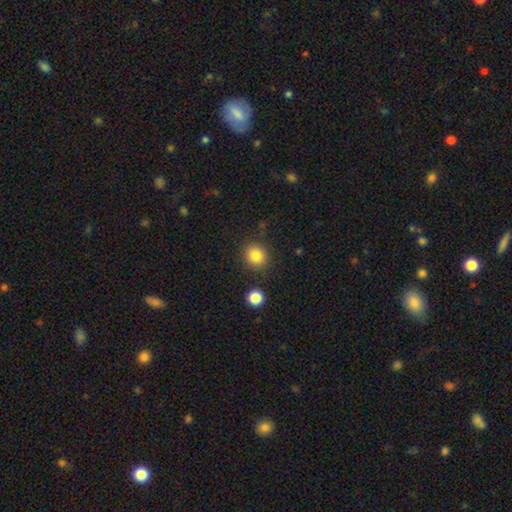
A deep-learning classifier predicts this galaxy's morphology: This appears to be a smooth galaxy with no disk features (83%) that is round (83%). Merging: none (86%).